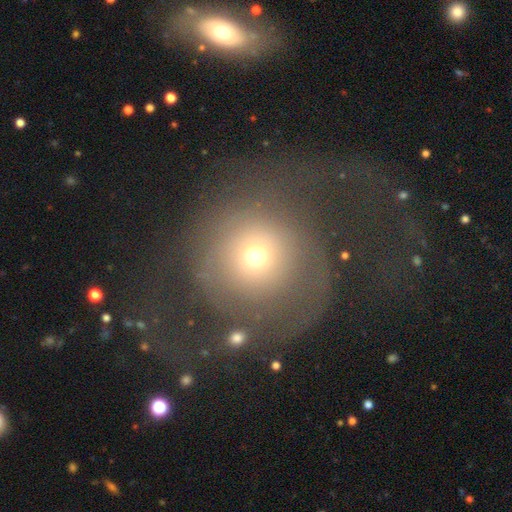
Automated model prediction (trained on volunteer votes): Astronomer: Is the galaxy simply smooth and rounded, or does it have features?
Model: smooth — 52% (runner-up: featured or disk, 34%).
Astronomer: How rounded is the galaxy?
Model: round — 92%.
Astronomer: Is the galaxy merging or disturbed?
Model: none — 43% (runner-up: major disturbance, 39%).